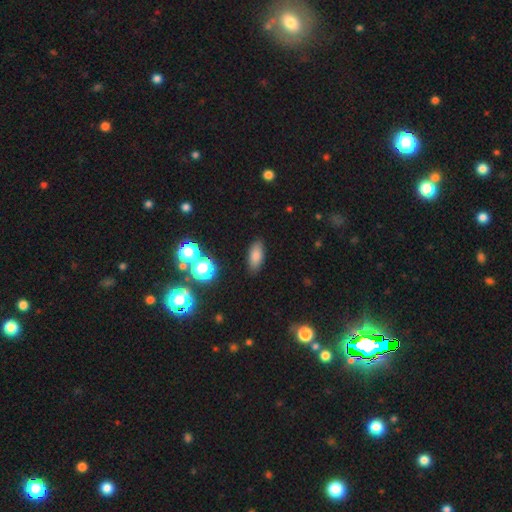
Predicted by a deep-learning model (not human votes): Overall: smooth (78%). How rounded: in between (83%). Merging: none (85%).